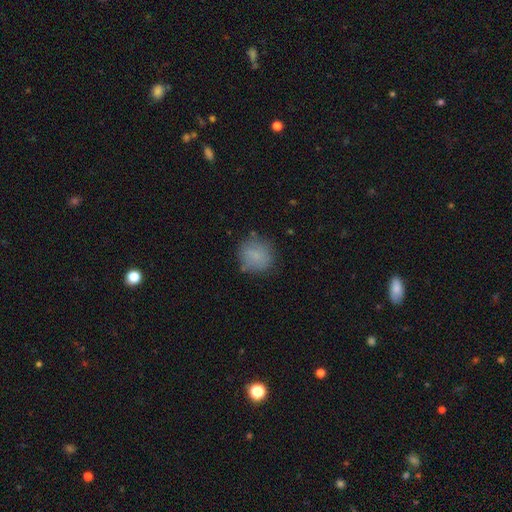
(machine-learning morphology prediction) The model was most divided on "merging": none: 75%, minor disturbance: 17%, major disturbance: 6%, merger: 3%. More confident: how rounded — round (86%); smooth or featured — smooth (78%).